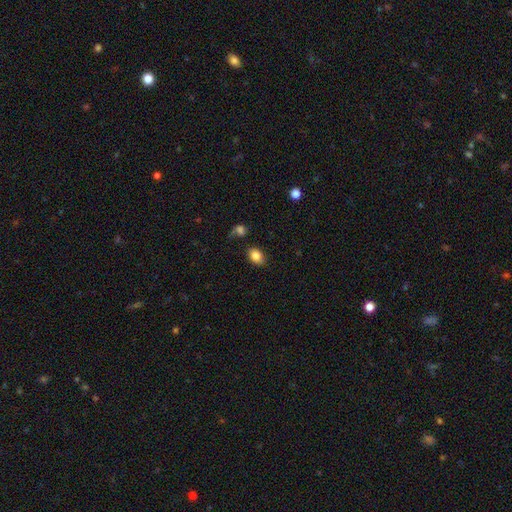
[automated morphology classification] smooth 85%, star or artifact 9%, featured or disk 6%. Down the decision tree: how rounded — in between (74%); merging — none (78%).